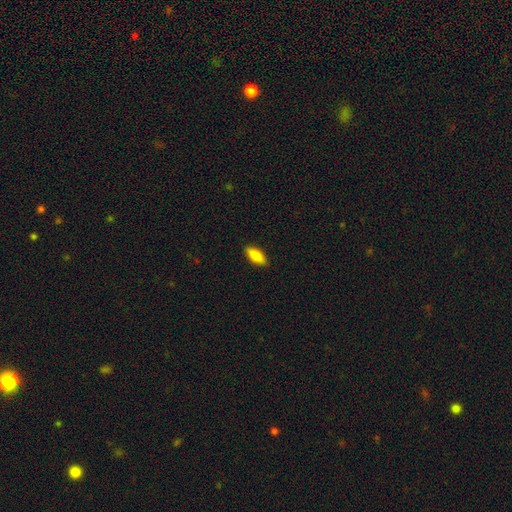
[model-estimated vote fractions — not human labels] smooth-or-featured: smooth: 81% | featured or disk: 13% | star or artifact: 6%
  how-rounded: in between: 80% | cigar-shaped: 18% | round: 2%
  merging: none: 89% | minor disturbance: 9% | major disturbance: 2% | merger: 1%